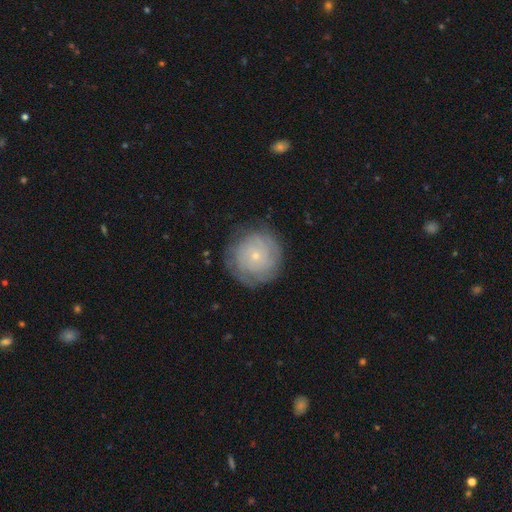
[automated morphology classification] This appears to be a featured or disk galaxy (57%) with no bar (86%), spiral arms (78%) and a small central bulge (83%). Merging: none (79%).